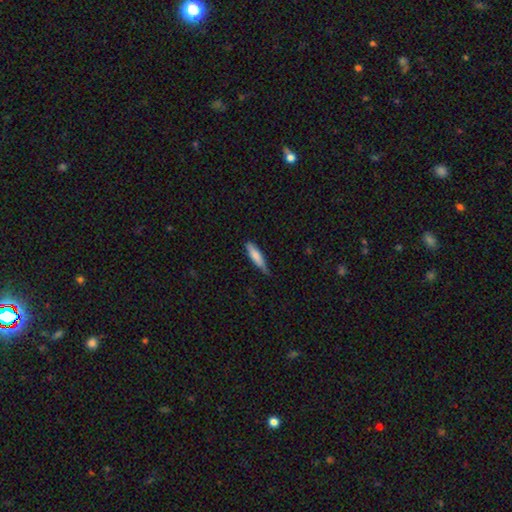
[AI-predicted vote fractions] Morphology: type=smooth (78%); roundness=cigar-shaped (72%); merging=none (57%).